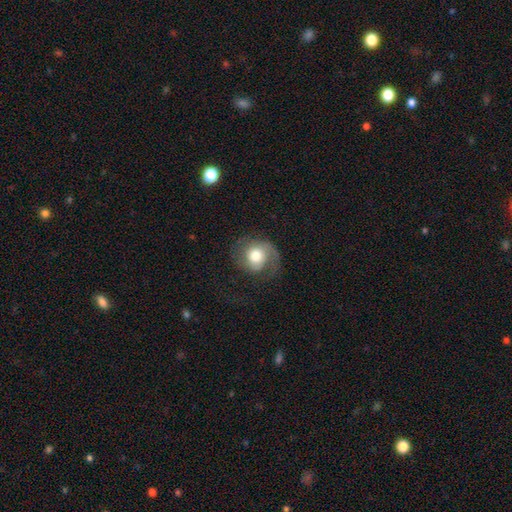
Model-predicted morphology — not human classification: A smooth galaxy with no disk features (50%). Merging: none (50%).